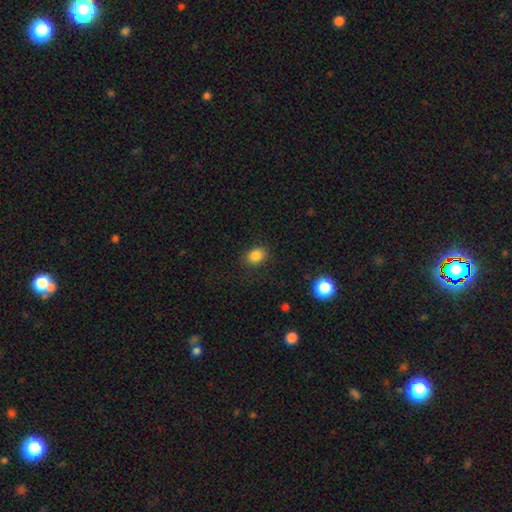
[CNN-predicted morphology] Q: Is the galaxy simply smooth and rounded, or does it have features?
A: smooth — 85%.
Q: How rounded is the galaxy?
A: in between — 56%.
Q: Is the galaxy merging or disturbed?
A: none — 85%.